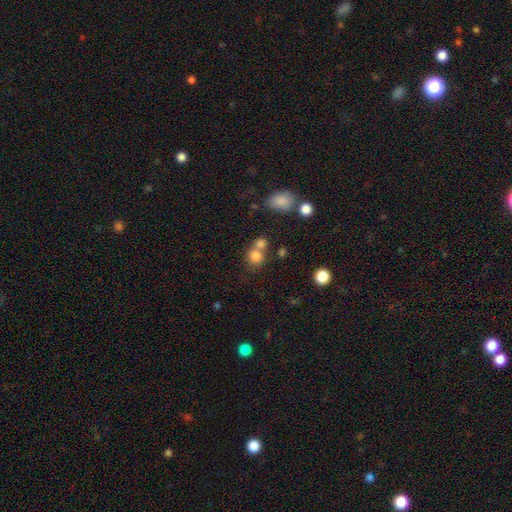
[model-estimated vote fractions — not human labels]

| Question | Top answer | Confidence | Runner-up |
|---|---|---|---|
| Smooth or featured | smooth | 79% | star or artifact (12%) |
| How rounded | round | 81% | in between (18%) |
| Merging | none | 45% | merger (44%) |